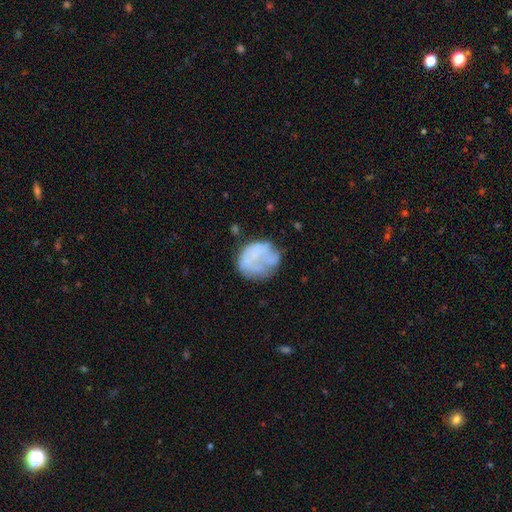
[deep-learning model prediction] Morphology: type=smooth (46%); merging=none (50%).